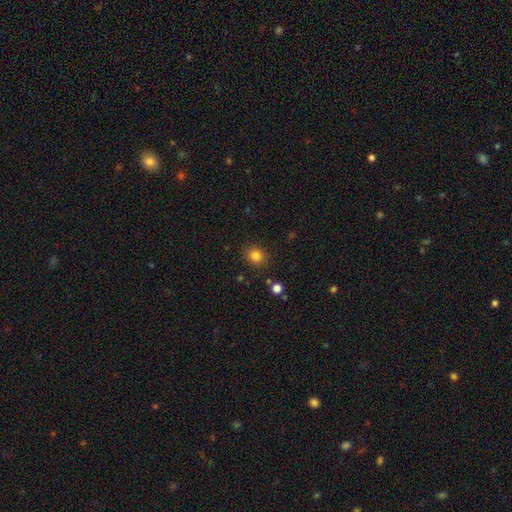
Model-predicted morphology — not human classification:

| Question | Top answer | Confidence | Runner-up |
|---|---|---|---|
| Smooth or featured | smooth | 83% | star or artifact (12%) |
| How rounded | round | 79% | in between (20%) |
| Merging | none | 87% | minor disturbance (8%) |